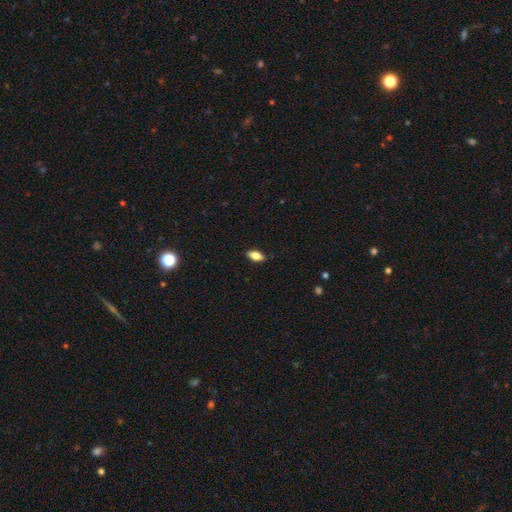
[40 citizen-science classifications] This appears to be a smooth galaxy with no disk features (80%) that is in between round and cigar-shaped (94%). Merging: none (85%).